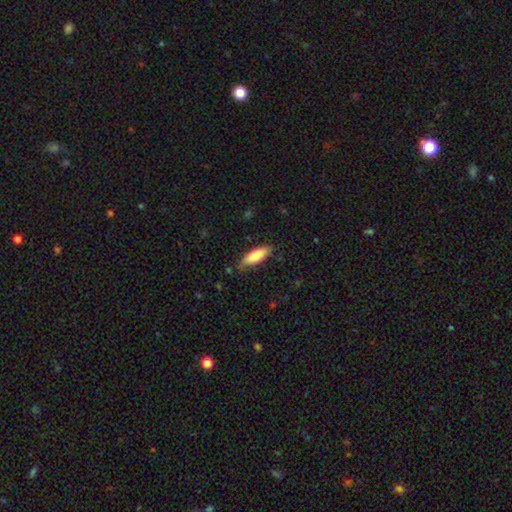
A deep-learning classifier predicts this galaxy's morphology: Smooth or featured?
  - smooth: 76% *
  - featured or disk: 18%
  - star or artifact: 6%
How rounded?
  - in between: 50% *
  - cigar-shaped: 48%
  - round: 2%
Merging?
  - none: 78% *
  - minor disturbance: 17%
  - major disturbance: 3%
  - merger: 1%